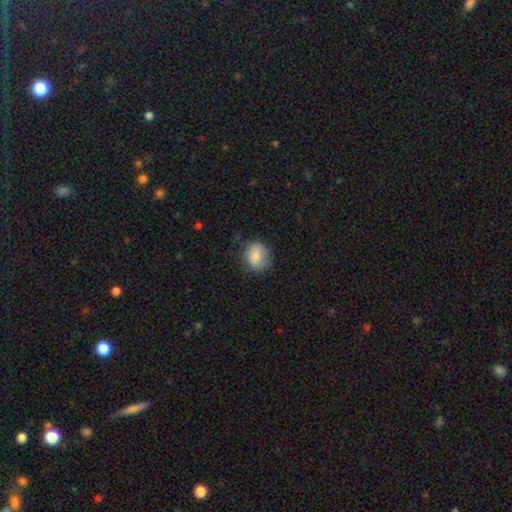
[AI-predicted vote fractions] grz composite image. It shows a smooth galaxy with no disk features (81%) that is round (60%). Merging: none (73%).